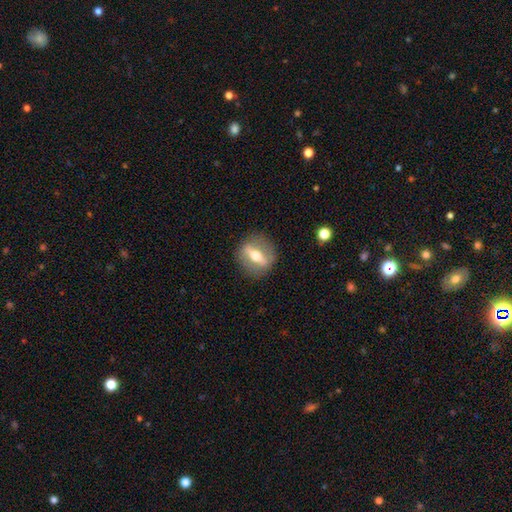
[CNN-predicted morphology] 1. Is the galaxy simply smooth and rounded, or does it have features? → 68% featured or disk, 25% smooth, 7% star or artifact.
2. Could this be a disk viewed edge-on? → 51% yes, 49% no.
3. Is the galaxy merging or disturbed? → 86% none, 9% minor disturbance, 4% major disturbance, 1% merger.